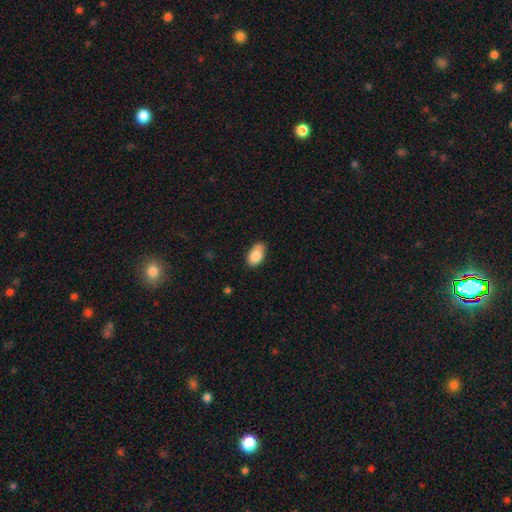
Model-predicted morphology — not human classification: smooth_or_featured: smooth (p=0.84) [alt: featured or disk p=0.09]
how_rounded: in between (p=0.92) [alt: round p=0.07]
merging: none (p=0.72) [alt: minor disturbance p=0.22]